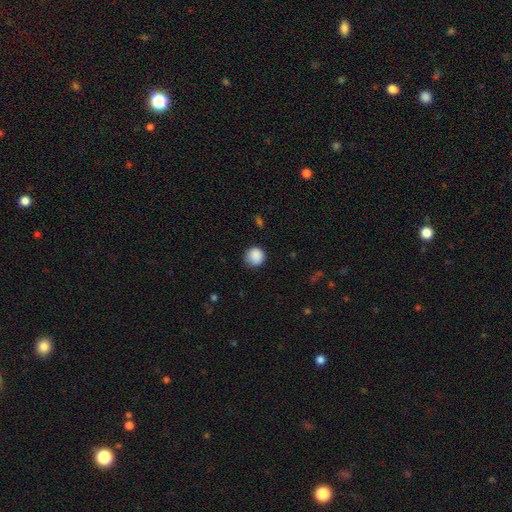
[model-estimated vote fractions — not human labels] Morphology: type=smooth (89%); roundness=round (93%); merging=none (83%).